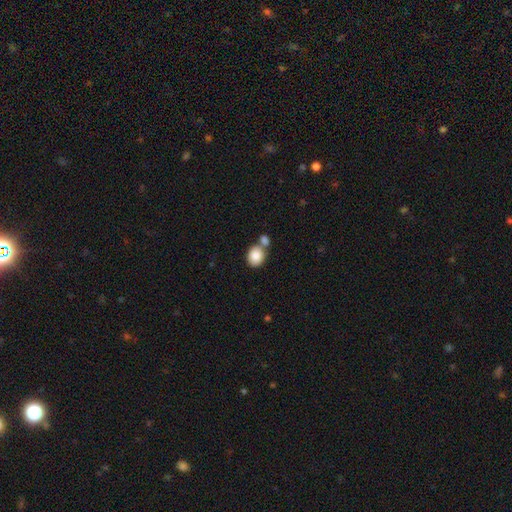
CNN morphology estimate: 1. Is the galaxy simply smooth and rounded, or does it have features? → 86% smooth, 7% star or artifact, 7% featured or disk.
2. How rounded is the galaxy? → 59% round, 40% in between, 1% cigar-shaped.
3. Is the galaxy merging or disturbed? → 47% none, 40% merger, 10% minor disturbance, 3% major disturbance.